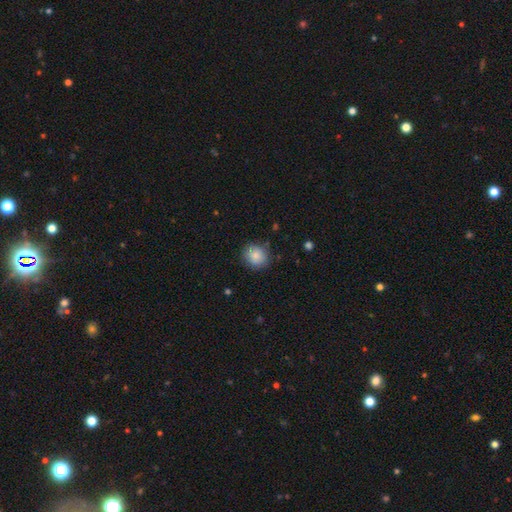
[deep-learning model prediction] A smooth galaxy with no disk features (85%) that is round (83%). Merging: none (81%).